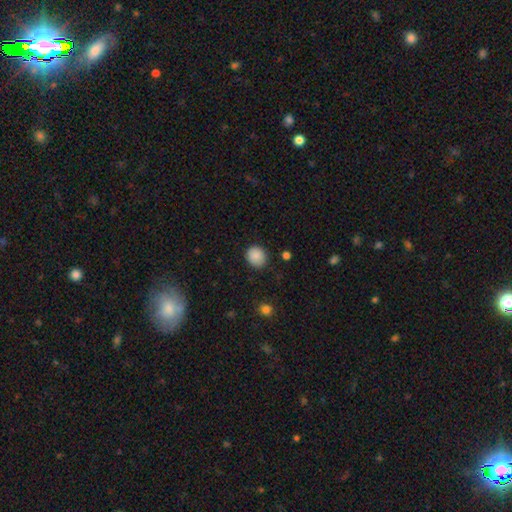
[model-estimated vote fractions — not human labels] Overall: smooth (88%). How rounded: round (78%). Merging: none (85%).